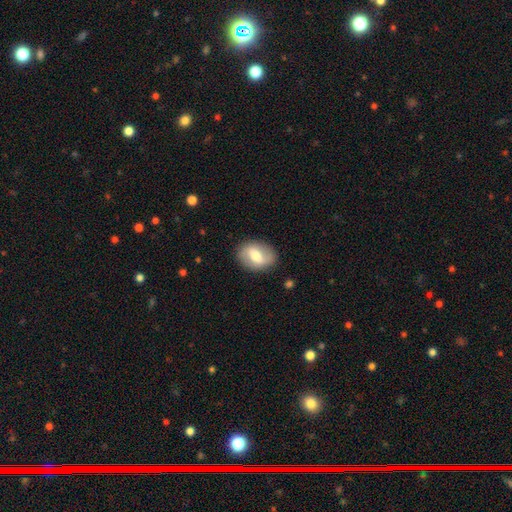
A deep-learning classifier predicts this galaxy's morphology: Smooth or featured: smooth — 48% (featured or disk — 45%)
Merging: none — 85% (minor disturbance — 11%)